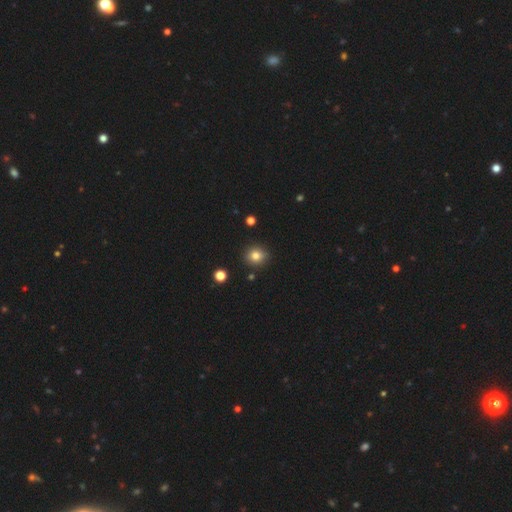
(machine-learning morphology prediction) A smooth galaxy with no disk features (80%) that is round (83%).

Vote fractions:
- Smooth or featured? smooth: 80% / star or artifact: 13% / featured or disk: 7%
- How rounded? round: 83% / in between: 16% / cigar-shaped: 1%
- Merging? none: 89% / minor disturbance: 7% / merger: 2% / major disturbance: 2%